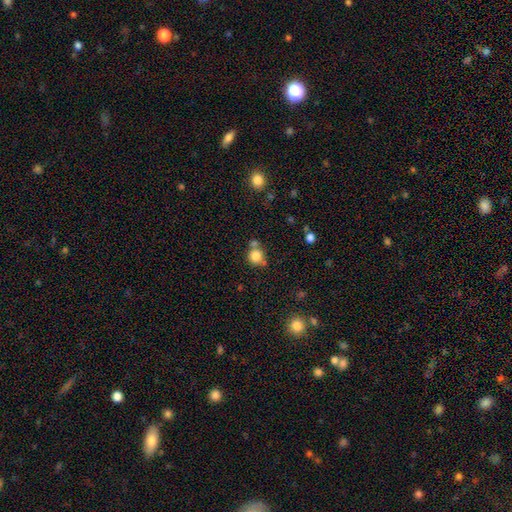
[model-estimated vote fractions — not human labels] This appears to be a smooth galaxy with no disk features (83%) that is round (89%). Merging: none (61%).